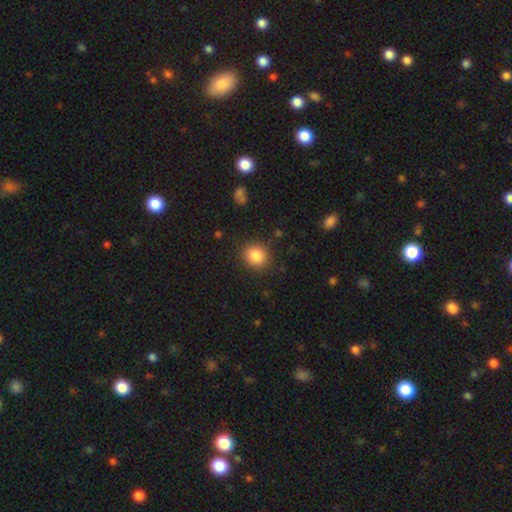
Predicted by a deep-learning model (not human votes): Smooth or featured? smooth (85%)
How rounded? round (72%)
Merging? none (88%)